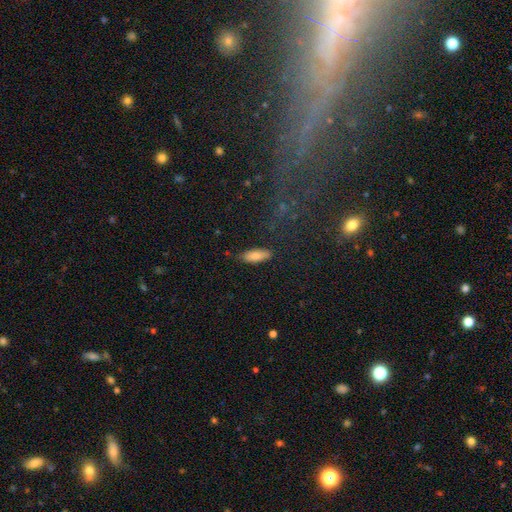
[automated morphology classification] smooth-or-featured: smooth: 84% | featured or disk: 10% | star or artifact: 7%
  how-rounded: in between: 68% | cigar-shaped: 30% | round: 2%
  merging: none: 82% | minor disturbance: 14% | major disturbance: 3% | merger: 2%